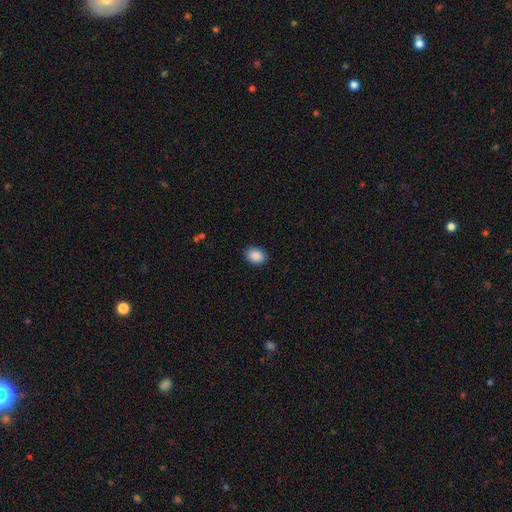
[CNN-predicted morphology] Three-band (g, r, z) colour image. It shows a smooth galaxy with no disk features (89%) that is in between round and cigar-shaped (76%). Merging: none (89%).